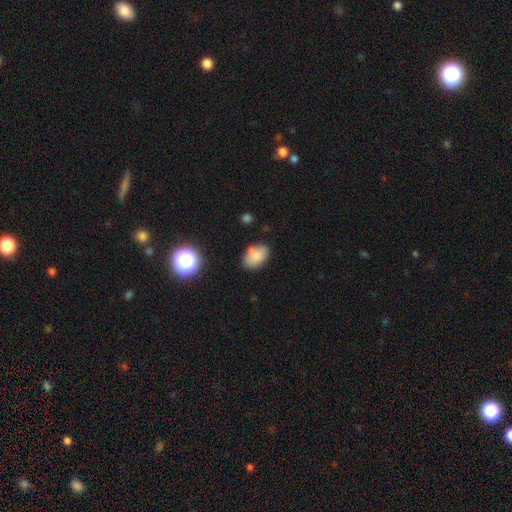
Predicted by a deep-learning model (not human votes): A smooth galaxy with no disk features (81%) that is in between round and cigar-shaped (86%). Merging: none (72%).